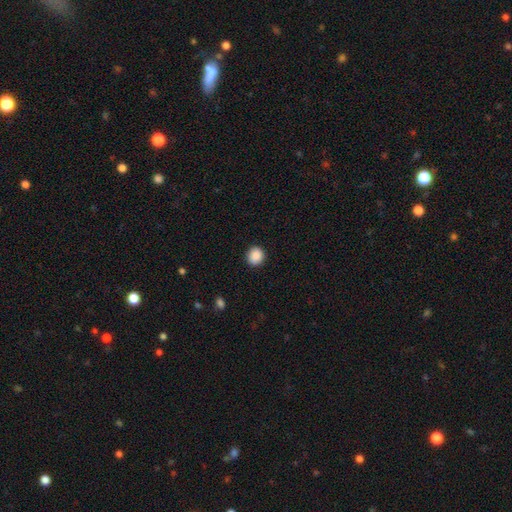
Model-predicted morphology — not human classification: type=smooth (88%); roundness=round (87%); merging=none (91%).